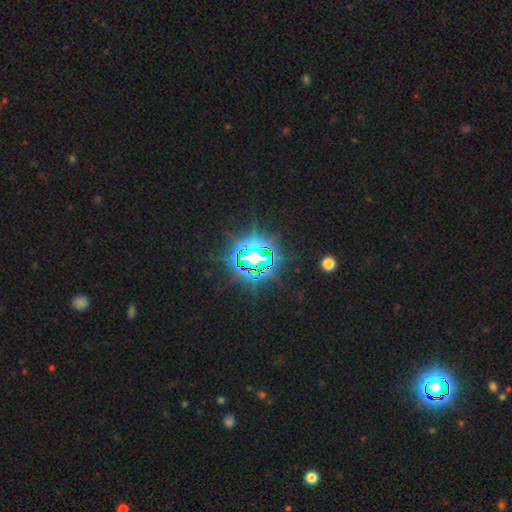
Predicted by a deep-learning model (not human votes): smooth_or_featured: star or artifact (p=0.81) [alt: smooth p=0.10]